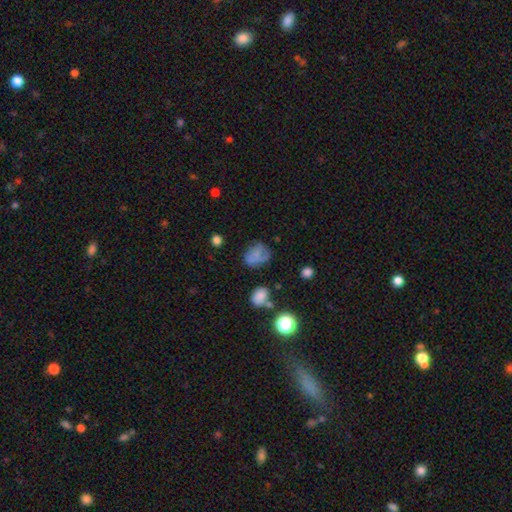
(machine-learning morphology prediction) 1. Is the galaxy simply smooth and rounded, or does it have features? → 61% smooth, 25% featured or disk, 14% star or artifact.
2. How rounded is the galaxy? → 53% in between, 45% round, 1% cigar-shaped.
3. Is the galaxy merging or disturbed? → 48% none, 27% minor disturbance, 20% major disturbance, 5% merger.